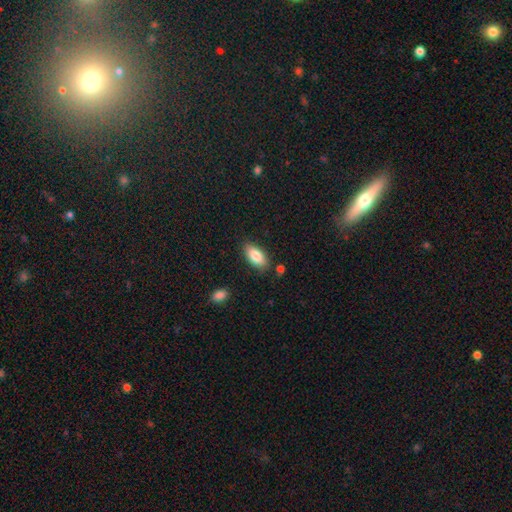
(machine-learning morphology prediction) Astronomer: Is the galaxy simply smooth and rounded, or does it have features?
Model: smooth — 84%.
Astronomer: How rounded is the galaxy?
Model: in between — 91%.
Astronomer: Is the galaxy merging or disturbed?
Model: none — 82%.